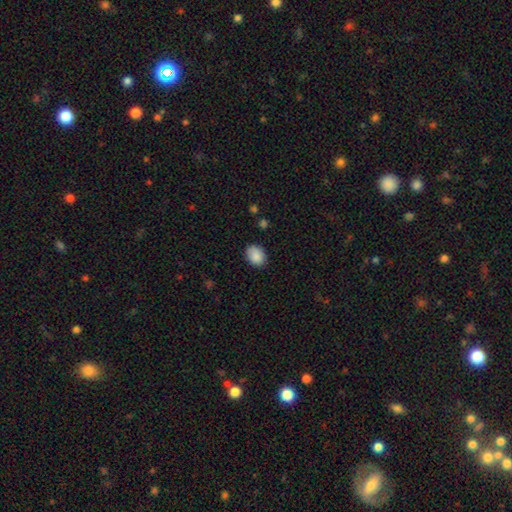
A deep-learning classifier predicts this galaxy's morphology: Smooth or featured?
  - smooth: 88% *
  - star or artifact: 8%
  - featured or disk: 4%
How rounded?
  - in between: 65% *
  - round: 34%
  - cigar-shaped: 1%
Merging?
  - none: 82% *
  - minor disturbance: 14%
  - major disturbance: 3%
  - merger: 1%